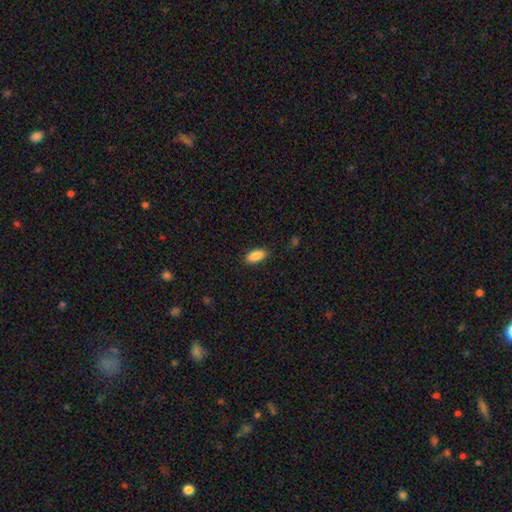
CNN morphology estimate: This appears to be a smooth galaxy with no disk features (88%) that is in between round and cigar-shaped (88%). Merging: none (87%).